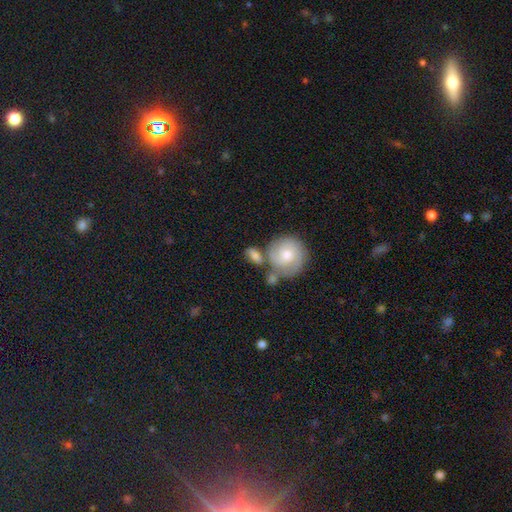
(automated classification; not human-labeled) Smooth or featured? Predicted: smooth (p=0.57). How rounded? Predicted: round (p=0.48). Merging? Predicted: none (p=0.52).